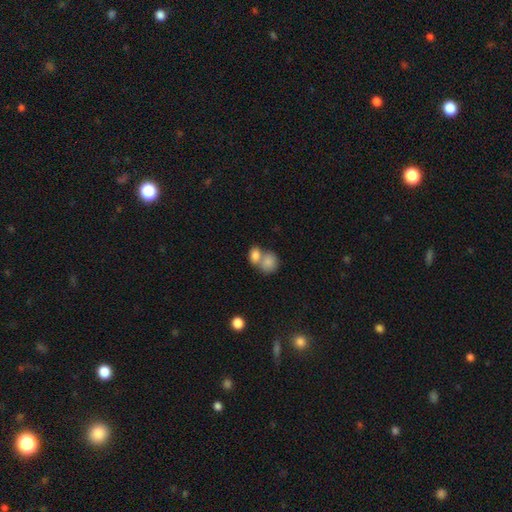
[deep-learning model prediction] Smooth or featured? smooth (82%)
How rounded? in between (56%)
Merging? merger (60%)